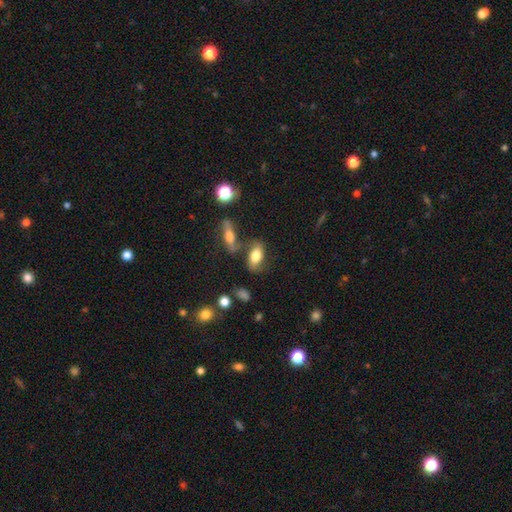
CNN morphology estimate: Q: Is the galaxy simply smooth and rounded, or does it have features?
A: smooth — 74%.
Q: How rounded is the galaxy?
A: in between — 84%.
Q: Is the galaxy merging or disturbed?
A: none — 61%.